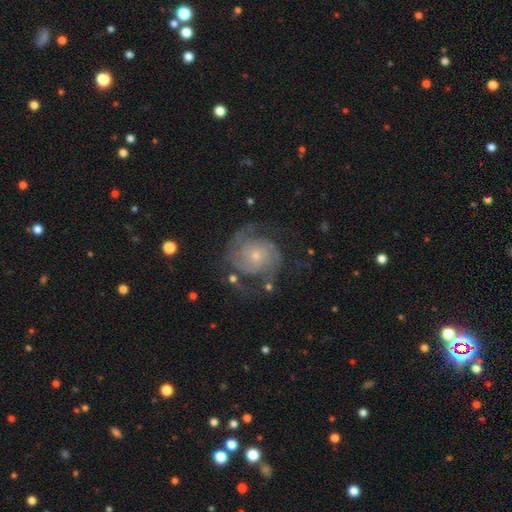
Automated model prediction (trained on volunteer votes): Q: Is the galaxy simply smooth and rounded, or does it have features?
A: featured or disk — 87%.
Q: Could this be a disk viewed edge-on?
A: no — 98%.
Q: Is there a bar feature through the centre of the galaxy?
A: no — 78%.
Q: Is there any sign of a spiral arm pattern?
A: yes — 96%.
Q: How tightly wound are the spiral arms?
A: tight — 55%.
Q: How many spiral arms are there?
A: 2 — 59%.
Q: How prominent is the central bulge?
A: small — 77%.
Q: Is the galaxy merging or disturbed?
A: none — 67%.